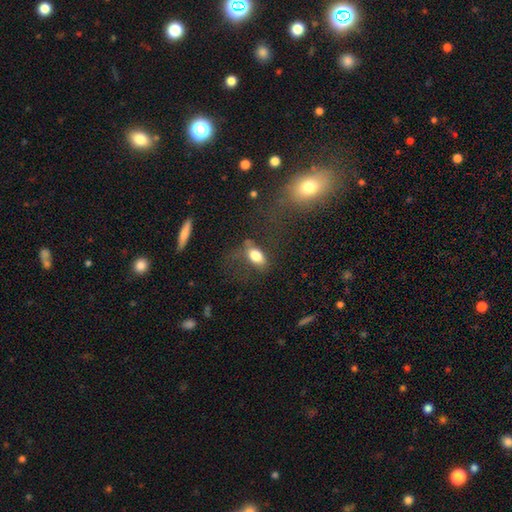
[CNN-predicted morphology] Smooth or featured? Predicted: smooth (p=0.78). How rounded? Predicted: in between (p=0.87). Merging? Predicted: none (p=0.45).